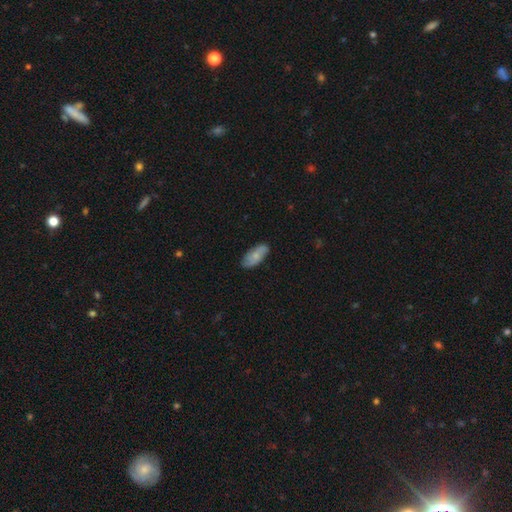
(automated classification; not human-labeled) A smooth galaxy with no disk features (62%) that is in between round and cigar-shaped (86%).

Vote fractions:
- Smooth or featured? smooth: 62% / featured or disk: 32% / star or artifact: 6%
- How rounded? in between: 86% / cigar-shaped: 11% / round: 2%
- Merging? none: 80% / minor disturbance: 16% / major disturbance: 3% / merger: 1%